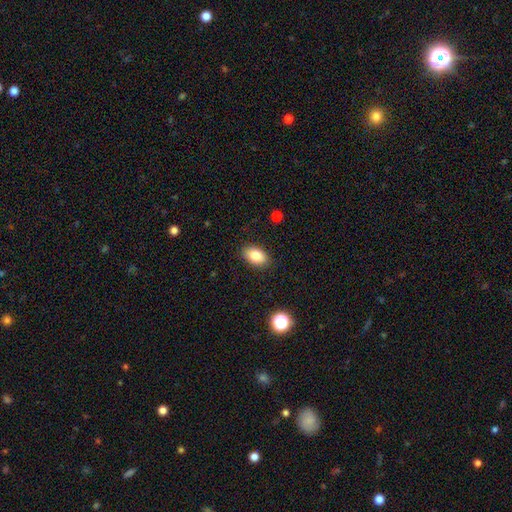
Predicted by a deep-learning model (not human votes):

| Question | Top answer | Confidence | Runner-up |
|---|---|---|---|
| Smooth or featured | smooth | 85% | star or artifact (9%) |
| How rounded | in between | 89% | round (9%) |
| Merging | none | 87% | minor disturbance (9%) |